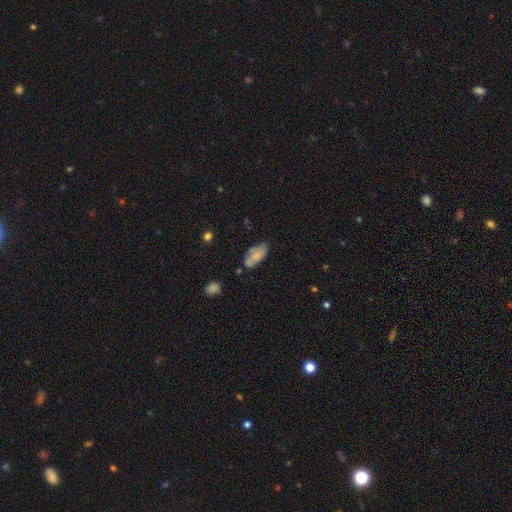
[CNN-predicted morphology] This appears to be a smooth galaxy with no disk features (66%) that is in between round and cigar-shaped (88%). Merging: none (58%).